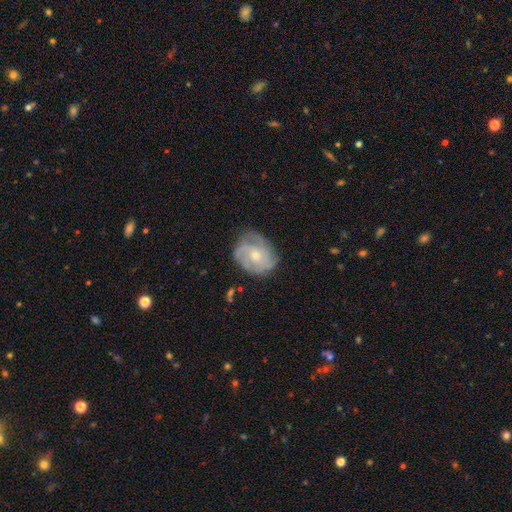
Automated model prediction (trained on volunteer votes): Morphology: type=featured or disk (72%); edge-on=no (97%); bar=no (75%); spiral arms=yes (90%); winding=tight (48%); arm count=3 (33%); bulge=small (54%); merging=none (68%).